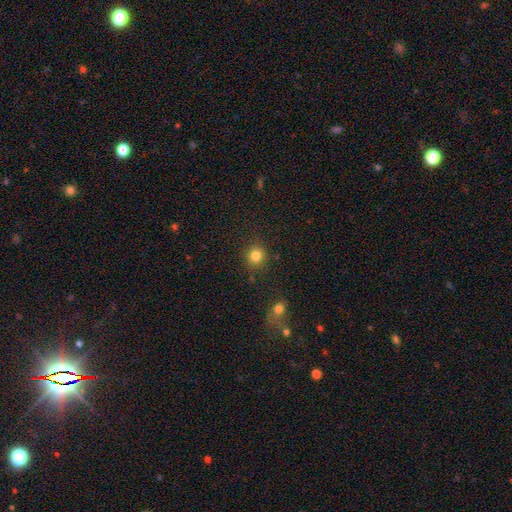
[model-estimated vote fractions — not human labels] The model was most divided on "smooth or featured": smooth: 82%, star or artifact: 13%, featured or disk: 5%. More confident: how rounded — round (90%); merging — none (86%).